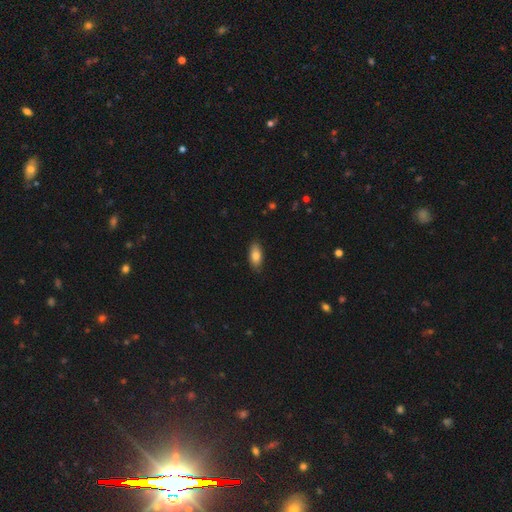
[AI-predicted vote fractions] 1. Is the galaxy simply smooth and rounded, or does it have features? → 83% smooth, 10% featured or disk, 7% star or artifact.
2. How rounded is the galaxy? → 88% in between, 9% cigar-shaped, 3% round.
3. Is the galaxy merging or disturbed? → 85% none, 12% minor disturbance, 2% major disturbance, 1% merger.